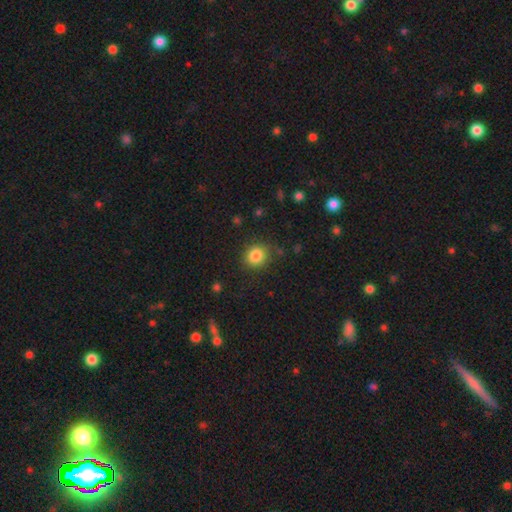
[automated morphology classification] smooth_or_featured: smooth (p=0.84) [alt: star or artifact p=0.11]
how_rounded: round (p=0.81) [alt: in between p=0.18]
merging: none (p=0.84) [alt: minor disturbance p=0.11]